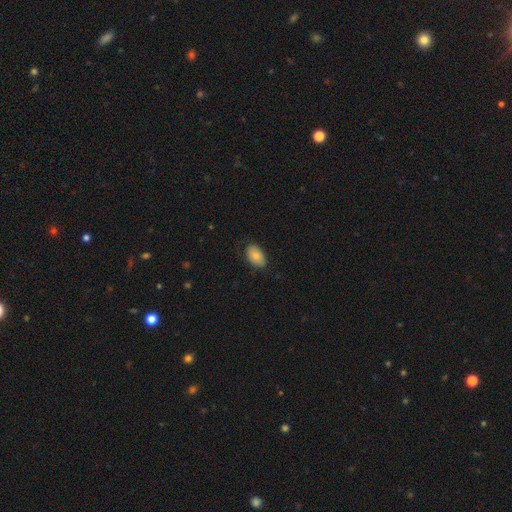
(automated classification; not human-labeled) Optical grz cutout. It shows a smooth galaxy with no disk features (83%) that is in between round and cigar-shaped (91%). Merging: none (80%).